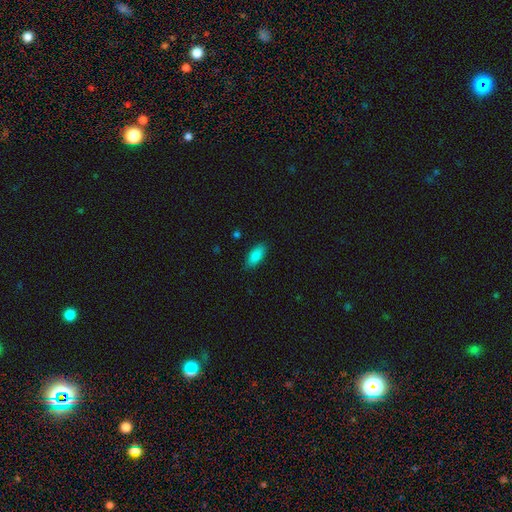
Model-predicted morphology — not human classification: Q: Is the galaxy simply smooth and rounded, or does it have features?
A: smooth — 85%.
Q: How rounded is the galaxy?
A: in between — 84%.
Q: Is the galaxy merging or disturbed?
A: none — 86%.